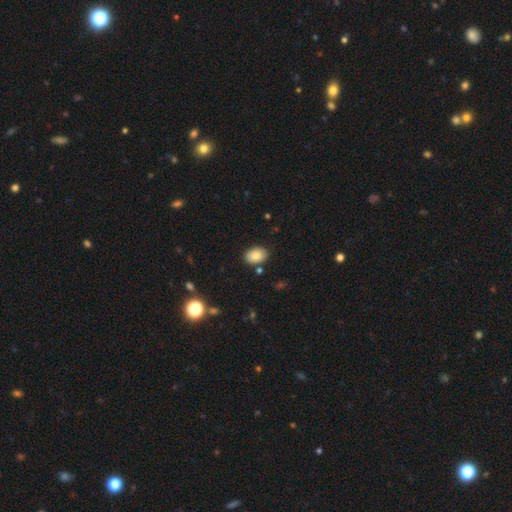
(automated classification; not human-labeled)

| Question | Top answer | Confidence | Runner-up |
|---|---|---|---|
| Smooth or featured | smooth | 83% | featured or disk (9%) |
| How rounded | in between | 85% | round (14%) |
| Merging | none | 86% | minor disturbance (9%) |